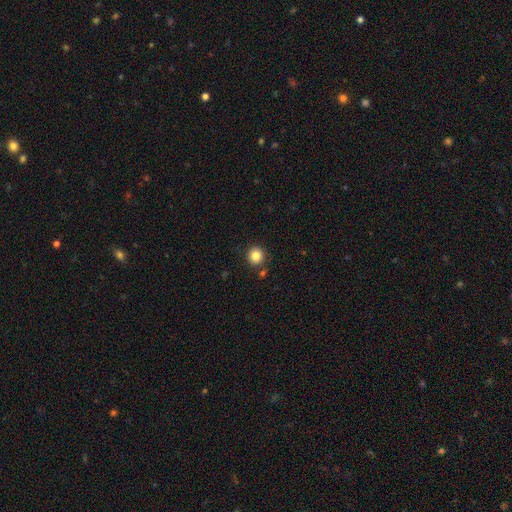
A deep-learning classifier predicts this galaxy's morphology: A smooth galaxy with no disk features (84%) that is round (93%).

Vote fractions:
- Smooth or featured? smooth: 84% / star or artifact: 10% / featured or disk: 6%
- How rounded? round: 93% / in between: 6% / cigar-shaped: 1%
- Merging? none: 87% / minor disturbance: 7% / merger: 4% / major disturbance: 2%